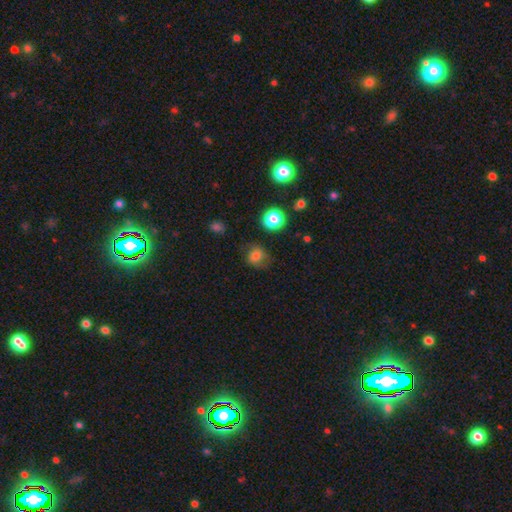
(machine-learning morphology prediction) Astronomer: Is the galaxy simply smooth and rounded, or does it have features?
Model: smooth — 70%.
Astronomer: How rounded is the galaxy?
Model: round — 73%.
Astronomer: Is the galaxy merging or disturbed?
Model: none — 63%.